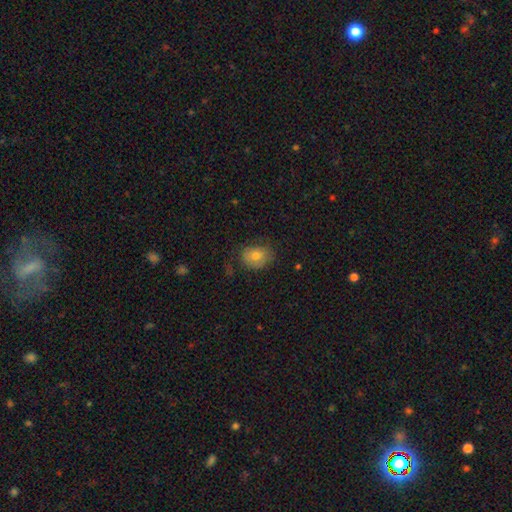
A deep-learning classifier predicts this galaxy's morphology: Q: Smooth or featured?
A: smooth (72%); runner-up: featured or disk (17%)
Q: How rounded?
A: in between (59%); runner-up: round (40%)
Q: Merging?
A: none (69%); runner-up: minor disturbance (22%)